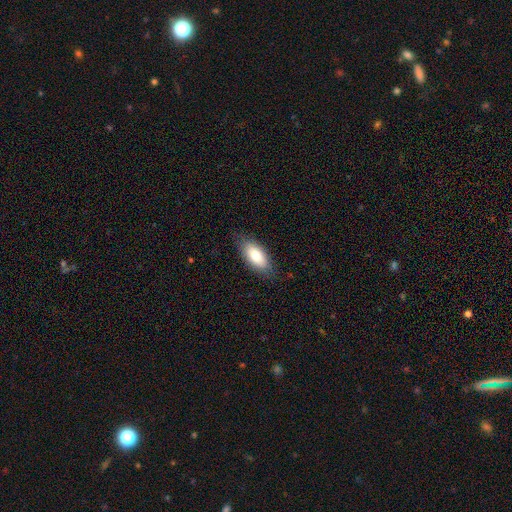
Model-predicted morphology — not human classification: smooth_or_featured: smooth (p=0.81) [alt: featured or disk p=0.12]
how_rounded: in between (p=0.86) [alt: cigar-shaped p=0.12]
merging: none (p=0.81) [alt: minor disturbance p=0.15]